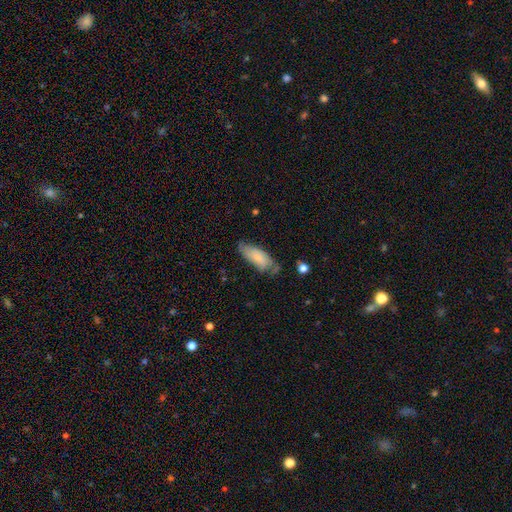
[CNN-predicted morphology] This appears to be a smooth galaxy with no disk features (72%) that is in between round and cigar-shaped (75%). Merging: none (55%).